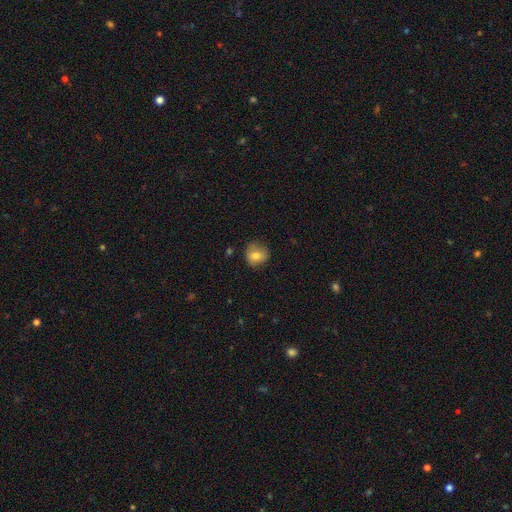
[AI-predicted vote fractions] Morphology: type=smooth (76%); roundness=round (77%); merging=none (73%).